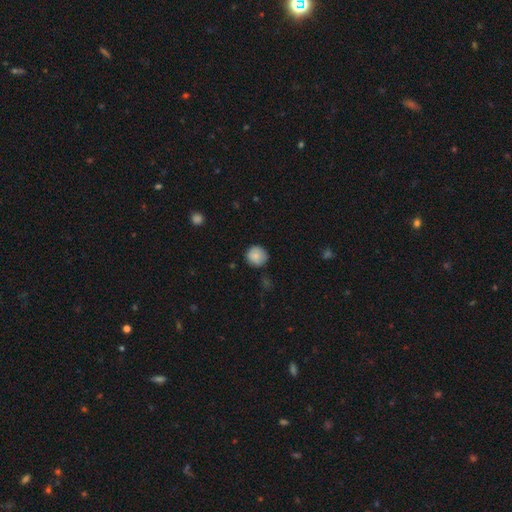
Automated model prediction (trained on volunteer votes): smooth 83%, featured or disk 9%, star or artifact 8%. Down the decision tree: how rounded — round (93%); merging — none (81%).